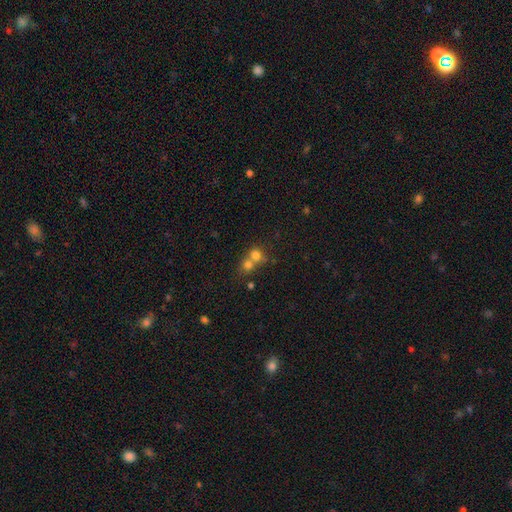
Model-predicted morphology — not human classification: A smooth galaxy with no disk features (73%) that is round (81%).

Vote fractions:
- Smooth or featured? smooth: 73% / star or artifact: 14% / featured or disk: 13%
- How rounded? round: 81% / in between: 18% / cigar-shaped: 1%
- Merging? merger: 60% / none: 33% / minor disturbance: 5% / major disturbance: 3%